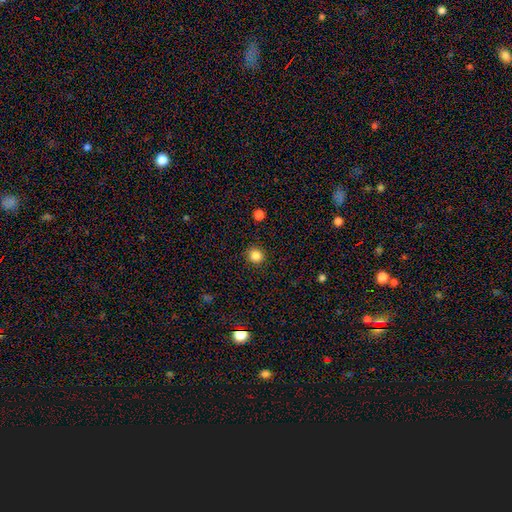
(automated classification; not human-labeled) Overall: smooth (84%). How rounded: round (87%). Merging: none (90%).